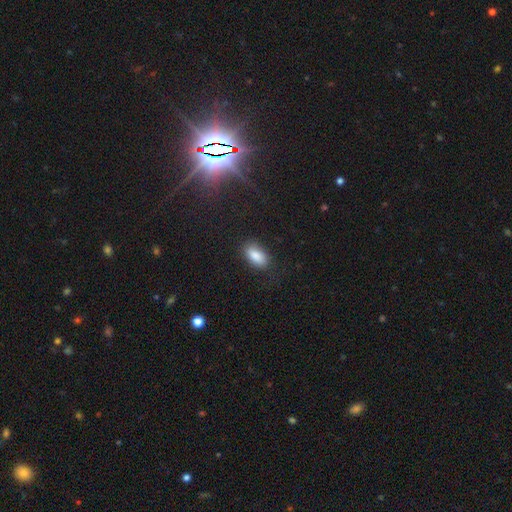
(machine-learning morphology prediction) Smooth or featured? smooth (86%)
How rounded? in between (91%)
Merging? none (80%)